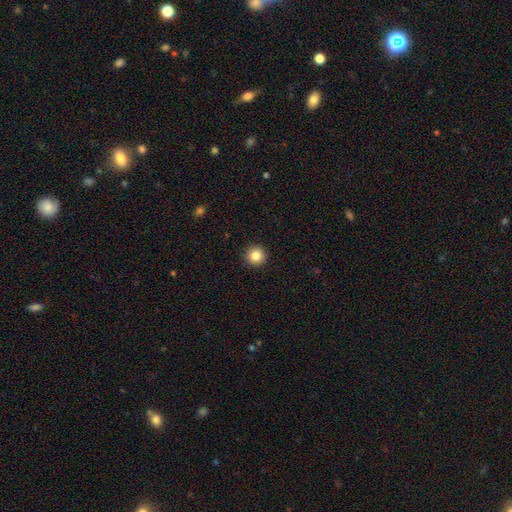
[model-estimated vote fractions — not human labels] A smooth galaxy with no disk features (85%) that is round (96%). Merging: none (93%).